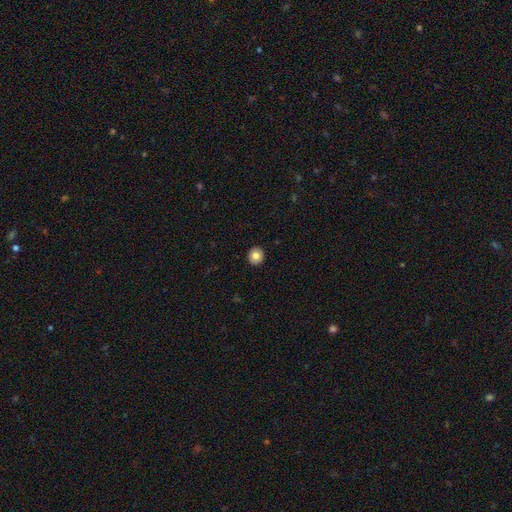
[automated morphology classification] smooth-or-featured: smooth: 82% | star or artifact: 9% | featured or disk: 9%
  how-rounded: round: 91% | in between: 8% | cigar-shaped: 1%
  merging: none: 93% | minor disturbance: 5% | major disturbance: 1% | merger: 1%